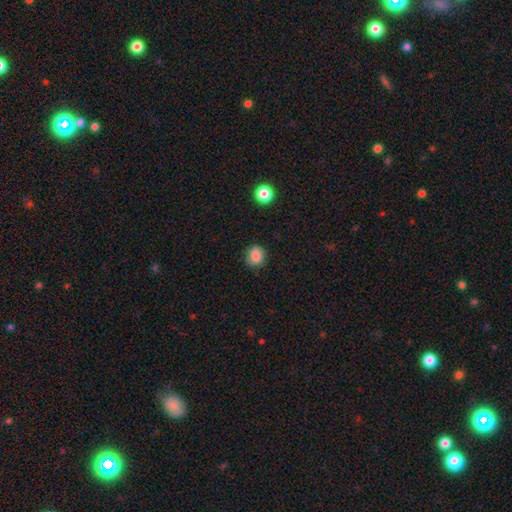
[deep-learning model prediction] A smooth galaxy with no disk features (84%) that is round (72%). Merging: none (83%).